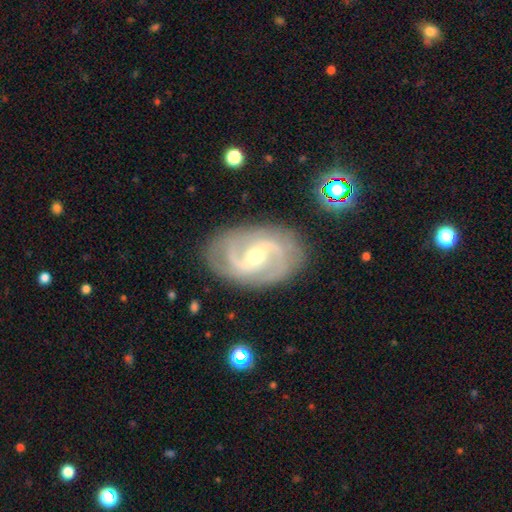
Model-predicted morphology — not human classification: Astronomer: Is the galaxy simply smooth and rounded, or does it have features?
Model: featured or disk — 89%.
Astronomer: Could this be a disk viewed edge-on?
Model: no — 97%.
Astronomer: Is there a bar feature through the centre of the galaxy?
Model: weak — 48% (runner-up: strong, 34%).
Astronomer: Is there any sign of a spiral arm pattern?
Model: yes — 97%.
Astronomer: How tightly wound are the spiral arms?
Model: medium — 48% (runner-up: tight, 29%).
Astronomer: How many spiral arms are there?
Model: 2 — 73%.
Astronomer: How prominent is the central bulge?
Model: moderate — 52% (runner-up: small, 44%).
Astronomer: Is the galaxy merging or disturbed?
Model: none — 81%.